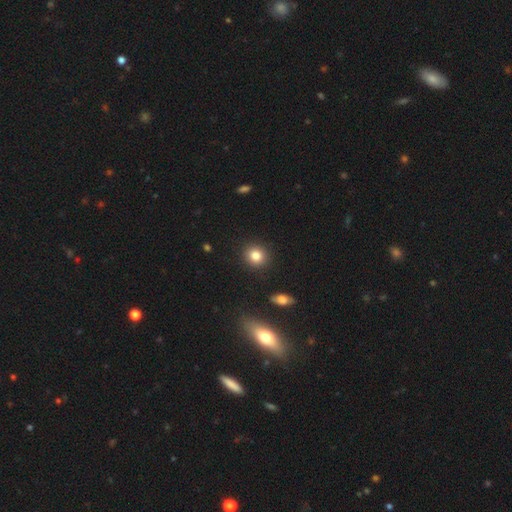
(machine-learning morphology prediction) Overall: smooth (83%). How rounded: round (84%). Merging: none (90%).